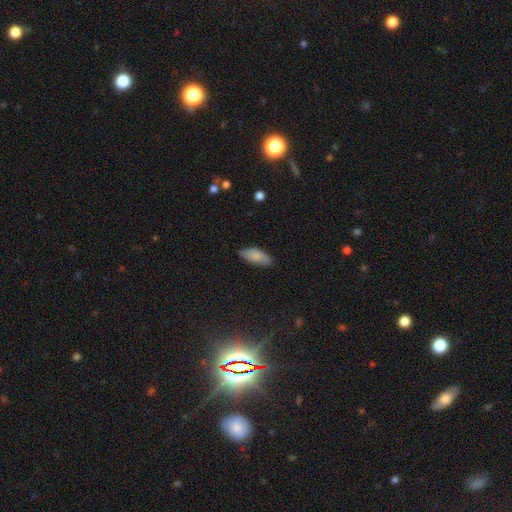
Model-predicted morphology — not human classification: Overall: smooth (84%). How rounded: in between (81%). Merging: none (81%).